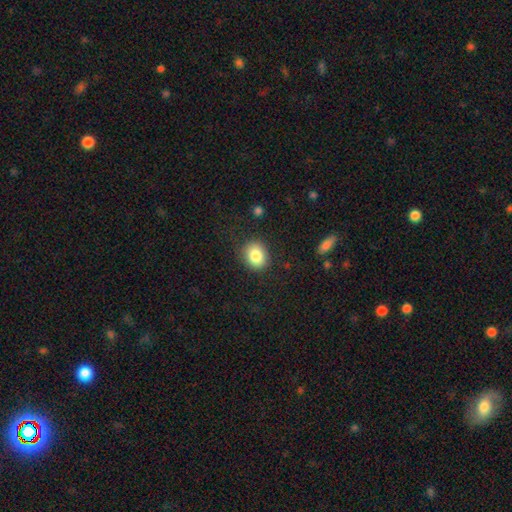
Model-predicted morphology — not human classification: type=smooth (84%); roundness=round (57%); merging=none (86%).